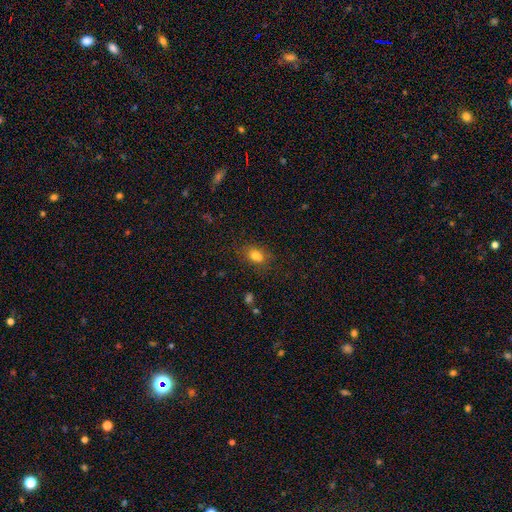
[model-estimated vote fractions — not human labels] Smooth or featured: smooth — 75% (star or artifact — 14%)
How rounded: in between — 65% (round — 33%)
Merging: none — 56% (merger — 24%)